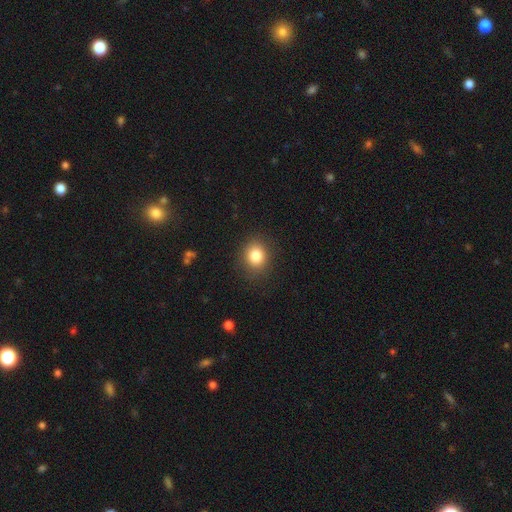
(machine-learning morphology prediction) Smooth or featured?
  - smooth: 83% *
  - star or artifact: 11%
  - featured or disk: 7%
How rounded?
  - round: 70% *
  - in between: 29%
  - cigar-shaped: 1%
Merging?
  - none: 86% *
  - minor disturbance: 9%
  - major disturbance: 3%
  - merger: 1%